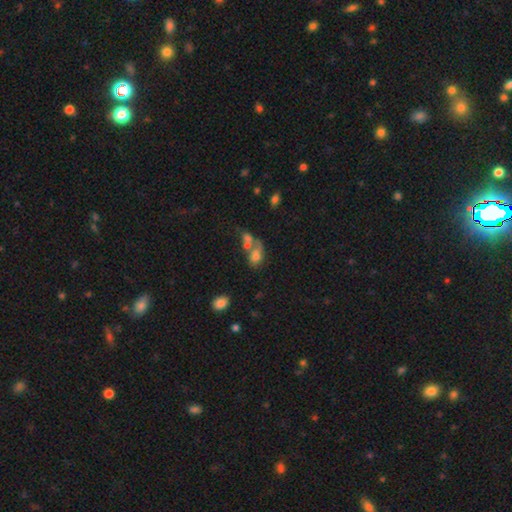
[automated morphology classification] The model was most divided on "merging": merger: 55%, none: 21%, major disturbance: 14%, minor disturbance: 11%. More confident: how rounded — in between (74%); smooth or featured — smooth (62%).